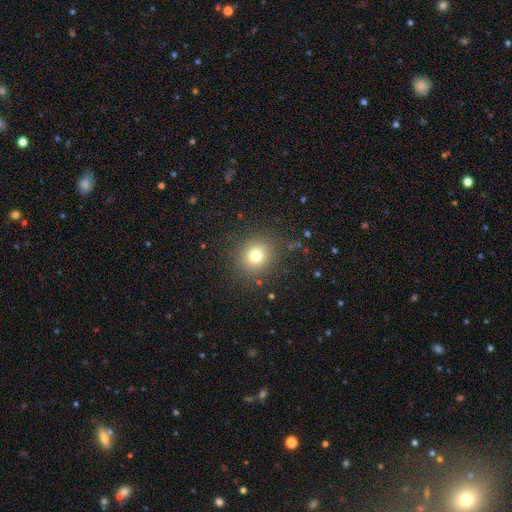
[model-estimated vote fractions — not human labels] Smooth or featured? Predicted: smooth (p=0.75). How rounded? Predicted: round (p=0.88). Merging? Predicted: none (p=0.87).